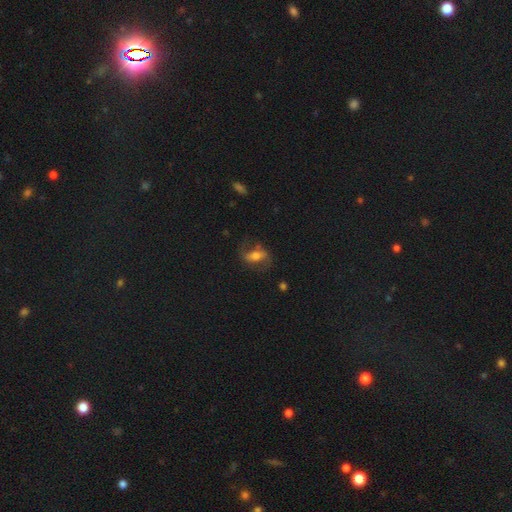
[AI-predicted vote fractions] smooth_or_featured: featured or disk (p=0.51) [alt: smooth p=0.40]
disk_edge_on: no (p=0.86) [alt: yes p=0.14]
merging: none (p=0.64) [alt: minor disturbance p=0.20]